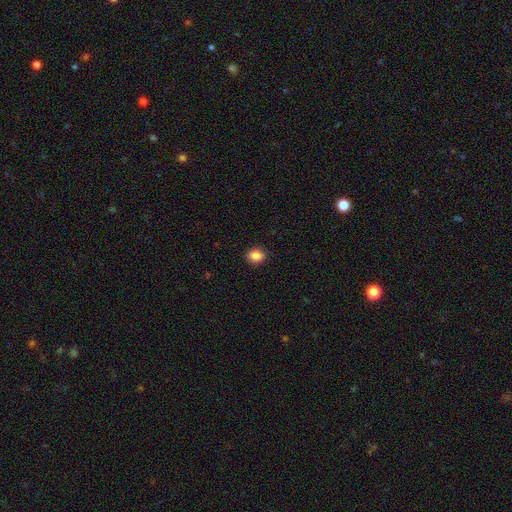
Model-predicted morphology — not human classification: A smooth galaxy with no disk features (87%) that is round (53%). Merging: none (90%).